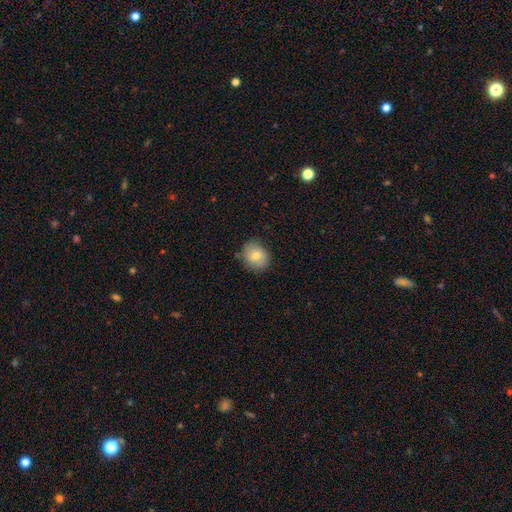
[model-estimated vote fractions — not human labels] Smooth or featured?
  - smooth: 76% *
  - featured or disk: 16%
  - star or artifact: 9%
How rounded?
  - round: 62% *
  - in between: 37%
  - cigar-shaped: 1%
Merging?
  - none: 79% *
  - minor disturbance: 16%
  - major disturbance: 3%
  - merger: 1%